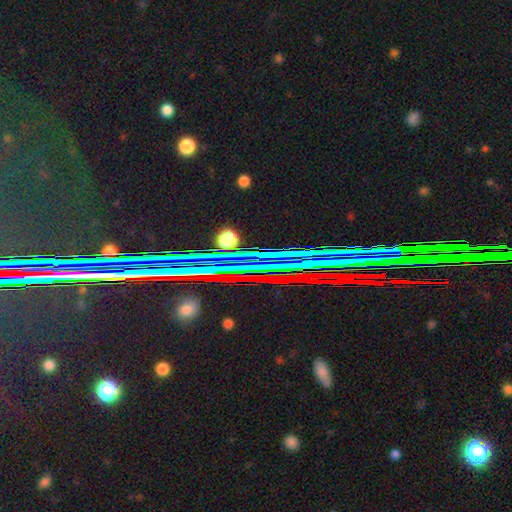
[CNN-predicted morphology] Q: Smooth or featured?
A: star or artifact (82%); runner-up: featured or disk (10%)